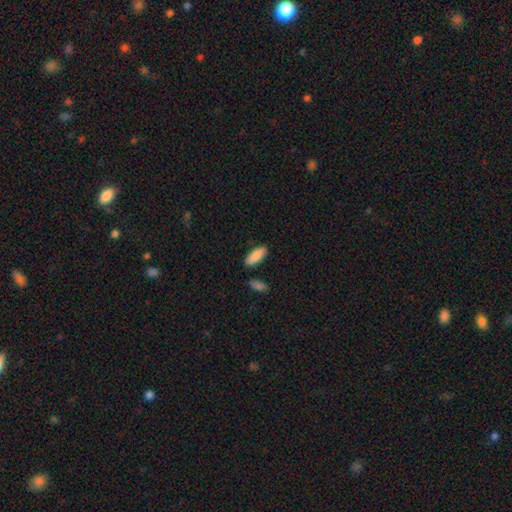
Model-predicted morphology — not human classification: This appears to be a smooth galaxy with no disk features (87%) that is in between round and cigar-shaped (72%). Merging: none (84%).